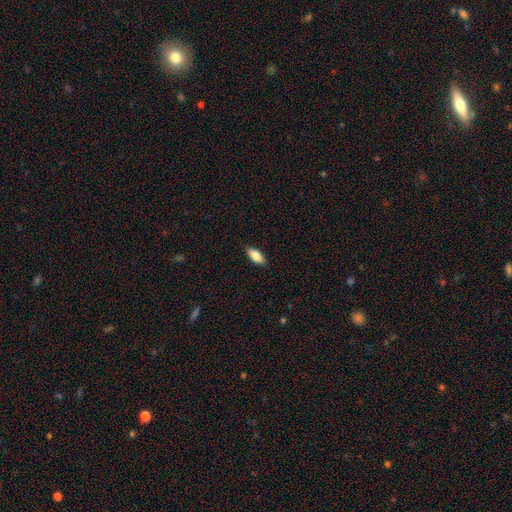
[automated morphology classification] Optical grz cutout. It shows a smooth galaxy with no disk features (83%) that is in between round and cigar-shaped (85%). Merging: none (87%).